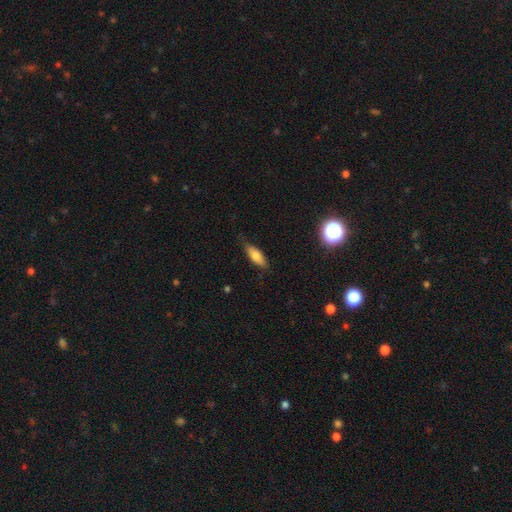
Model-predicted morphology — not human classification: This appears to be a smooth galaxy with no disk features (74%) that is in between round and cigar-shaped (69%). Merging: none (73%).